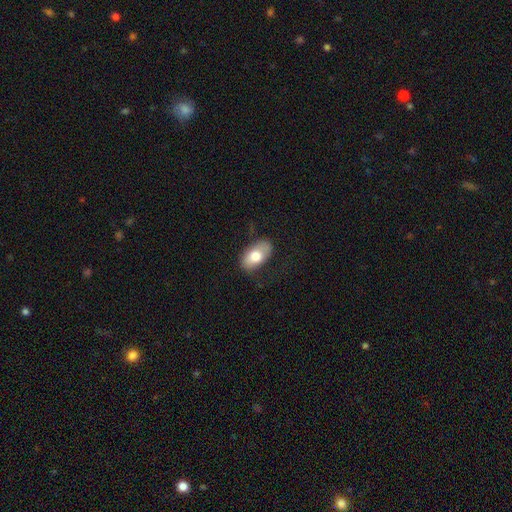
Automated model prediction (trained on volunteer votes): smooth_or_featured: smooth (p=0.73) [alt: featured or disk p=0.21]
how_rounded: in between (p=0.93) [alt: round p=0.05]
merging: none (p=0.76) [alt: minor disturbance p=0.18]